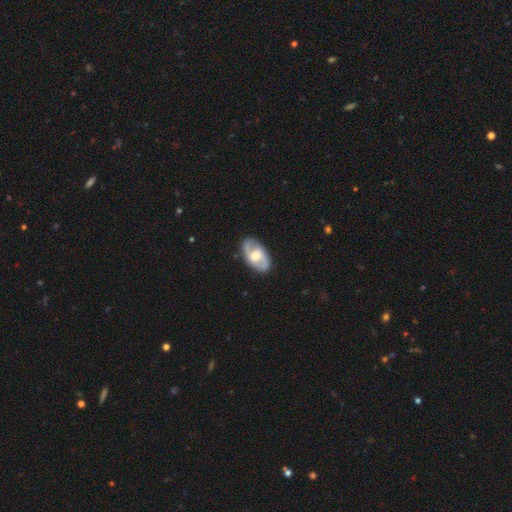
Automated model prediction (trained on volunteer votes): Smooth or featured: featured or disk — 67% (smooth — 28%)
Edge-on disk: no — 93% (yes — 7%)
Bar: weak — 42% (no — 40%)
Spiral arms: yes — 69% (no — 31%)
Bulge size: moderate — 66% (large — 19%)
Merging: none — 85% (minor disturbance — 11%)